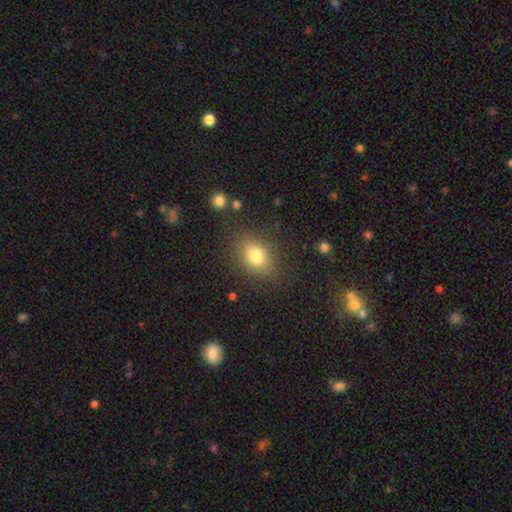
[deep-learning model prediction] Smooth or featured?
  - smooth: 80% *
  - star or artifact: 11%
  - featured or disk: 9%
How rounded?
  - in between: 59% *
  - round: 40%
  - cigar-shaped: 1%
Merging?
  - none: 82% *
  - minor disturbance: 11%
  - major disturbance: 5%
  - merger: 2%